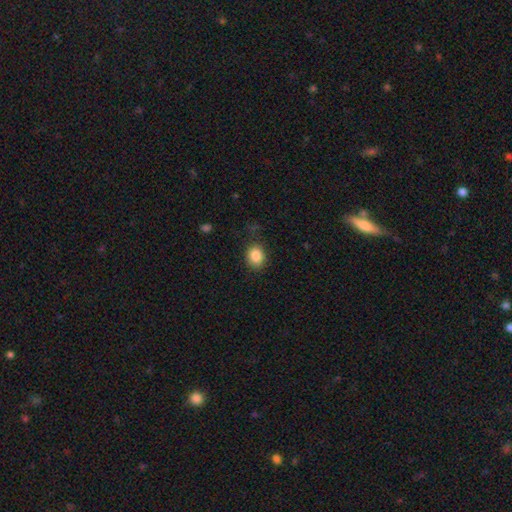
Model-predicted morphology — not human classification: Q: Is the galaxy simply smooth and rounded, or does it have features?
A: smooth — 86%.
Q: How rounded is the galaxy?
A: round — 58%.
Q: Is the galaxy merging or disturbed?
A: none — 82%.